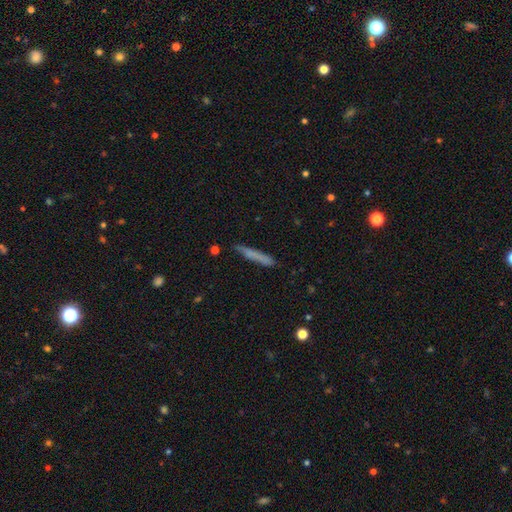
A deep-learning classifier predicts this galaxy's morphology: A smooth galaxy with no disk features (67%) that is cigar-shaped (96%).

Vote fractions:
- Smooth or featured? smooth: 67% / featured or disk: 26% / star or artifact: 7%
- How rounded? cigar-shaped: 96% / in between: 3% / round: 1%
- Merging? none: 85% / minor disturbance: 11% / major disturbance: 2% / merger: 2%